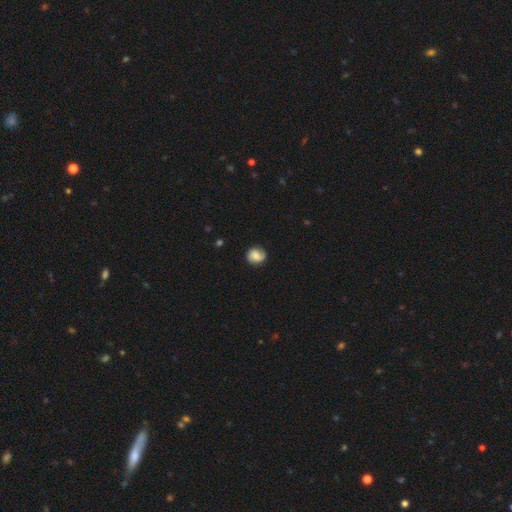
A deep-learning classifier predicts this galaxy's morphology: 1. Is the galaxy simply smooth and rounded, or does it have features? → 71% smooth, 20% featured or disk, 9% star or artifact.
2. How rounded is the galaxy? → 75% round, 24% in between, 1% cigar-shaped.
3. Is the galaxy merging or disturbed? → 77% none, 17% minor disturbance, 5% major disturbance, 1% merger.